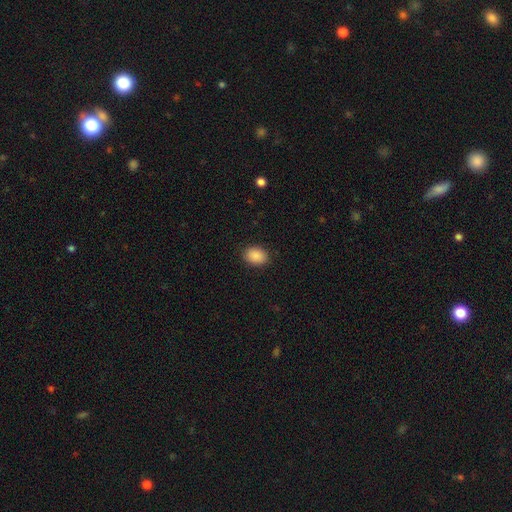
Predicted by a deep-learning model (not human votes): This appears to be a smooth galaxy with no disk features (89%) that is in between round and cigar-shaped (72%). Merging: none (89%).